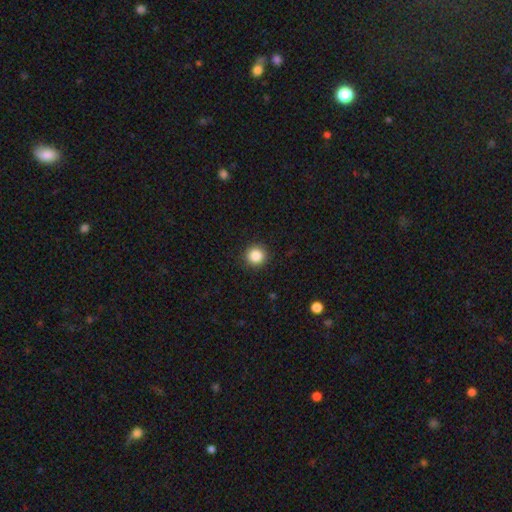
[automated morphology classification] Overall: smooth (86%). How rounded: round (95%). Merging: none (92%).